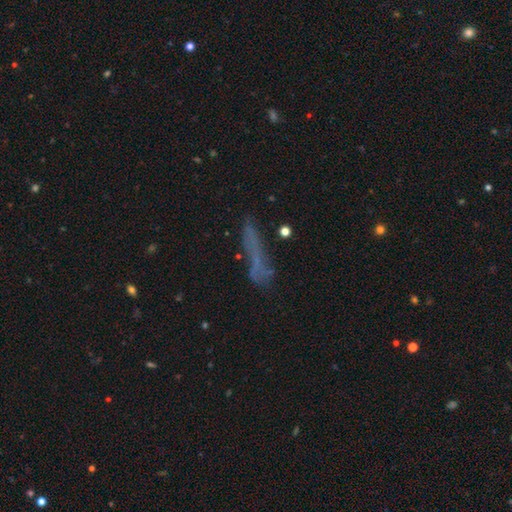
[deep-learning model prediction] Smooth or featured? smooth (50%)
Merging? none (64%)